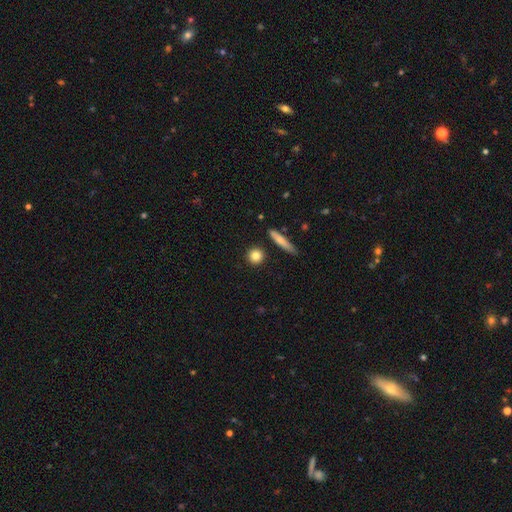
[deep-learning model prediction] smooth_or_featured: smooth (p=0.82) [alt: featured or disk p=0.10]
how_rounded: round (p=0.85) [alt: in between p=0.09]
merging: none (p=0.88) [alt: minor disturbance p=0.07]